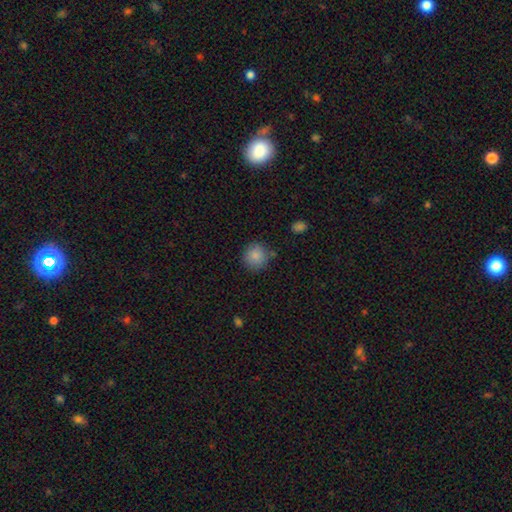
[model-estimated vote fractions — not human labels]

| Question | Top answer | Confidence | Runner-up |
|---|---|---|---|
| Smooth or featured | smooth | 87% | star or artifact (9%) |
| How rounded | round | 92% | in between (7%) |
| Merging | none | 83% | minor disturbance (11%) |